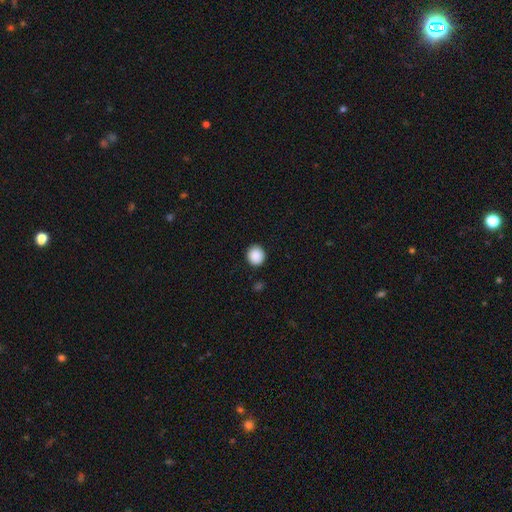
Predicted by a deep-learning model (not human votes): A smooth galaxy with no disk features (89%) that is round (89%). Merging: none (91%).